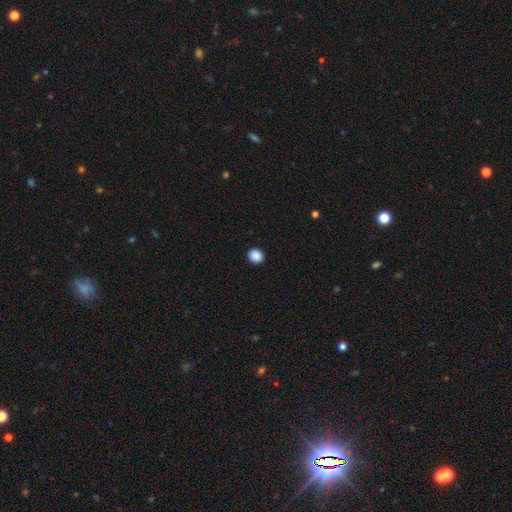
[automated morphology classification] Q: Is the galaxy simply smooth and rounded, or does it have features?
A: smooth — 89%.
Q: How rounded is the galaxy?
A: round — 70%.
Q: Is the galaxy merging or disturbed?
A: none — 92%.